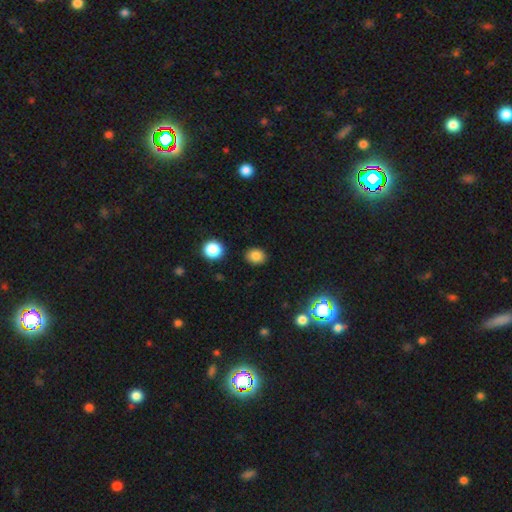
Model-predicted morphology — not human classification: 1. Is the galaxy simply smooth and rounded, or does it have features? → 83% smooth, 12% star or artifact, 6% featured or disk.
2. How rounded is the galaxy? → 54% round, 45% in between, 1% cigar-shaped.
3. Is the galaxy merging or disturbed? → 88% none, 8% minor disturbance, 2% major disturbance, 2% merger.